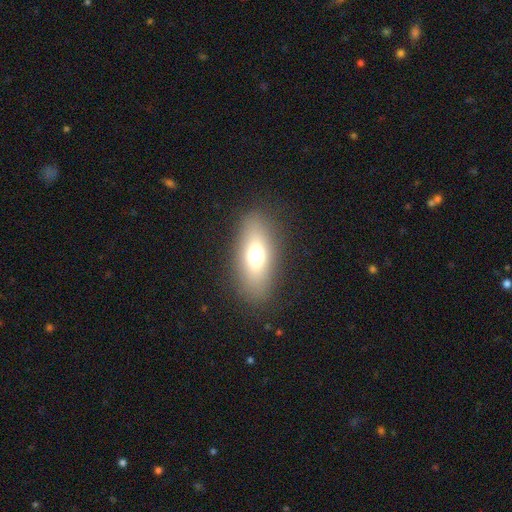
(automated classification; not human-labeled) A smooth galaxy with no disk features (66%) that is in between round and cigar-shaped (77%). Merging: none (86%).